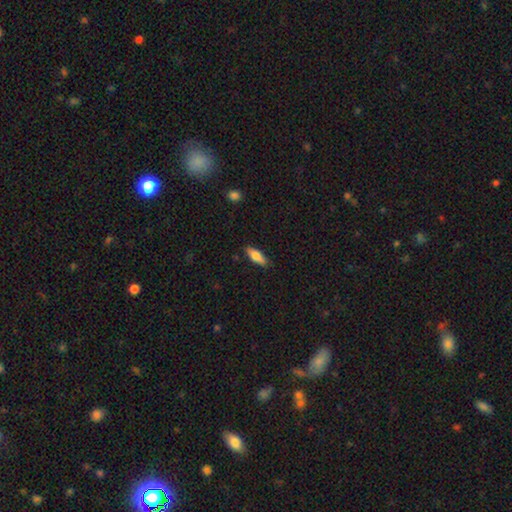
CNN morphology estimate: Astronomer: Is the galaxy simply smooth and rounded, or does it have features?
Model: smooth — 75%.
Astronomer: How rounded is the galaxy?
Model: in between — 61% (runner-up: cigar-shaped, 37%).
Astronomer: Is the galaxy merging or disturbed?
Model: none — 85%.